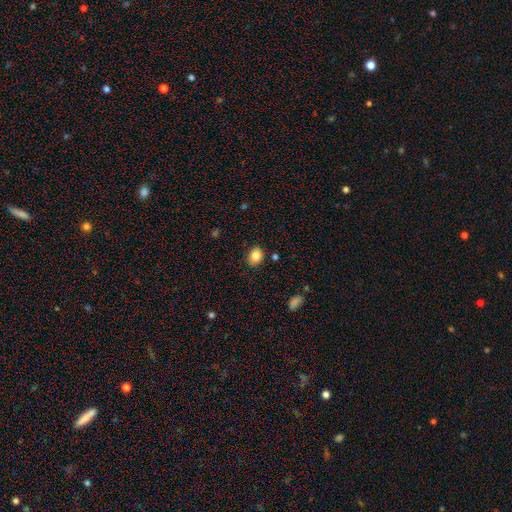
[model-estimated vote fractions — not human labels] Smooth or featured?
  - smooth: 85% *
  - star or artifact: 9%
  - featured or disk: 6%
How rounded?
  - in between: 62% *
  - round: 37%
  - cigar-shaped: 1%
Merging?
  - none: 84% *
  - minor disturbance: 12%
  - major disturbance: 3%
  - merger: 2%